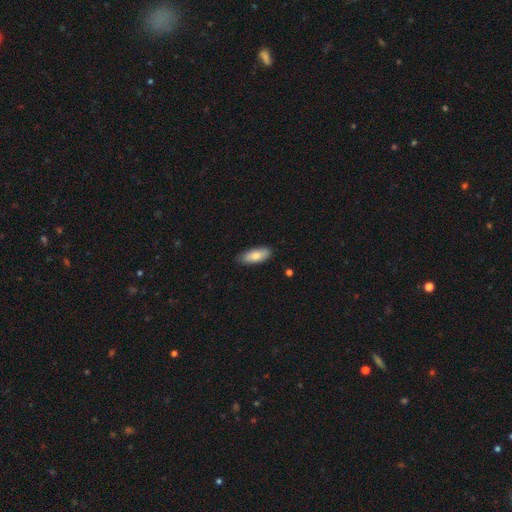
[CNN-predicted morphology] A smooth galaxy with no disk features (80%) that is in between round and cigar-shaped (78%). Merging: none (83%).